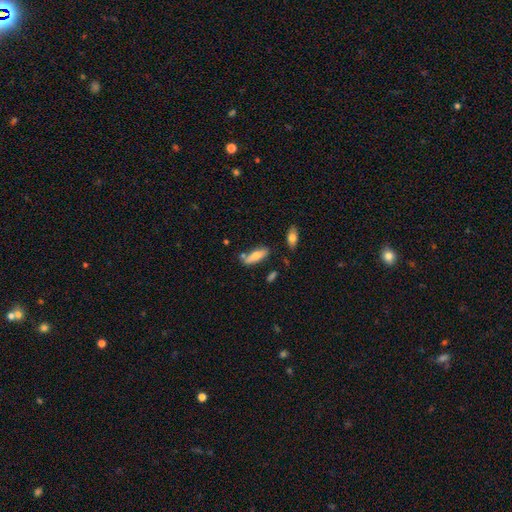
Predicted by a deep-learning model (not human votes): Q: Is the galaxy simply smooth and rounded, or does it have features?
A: smooth — 68%.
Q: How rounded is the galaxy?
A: in between — 53%.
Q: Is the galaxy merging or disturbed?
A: none — 69%.